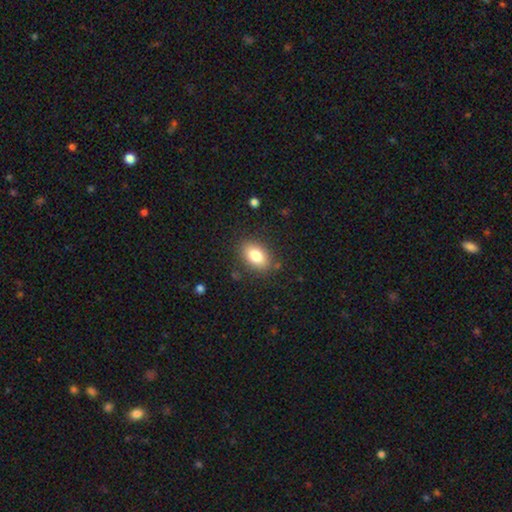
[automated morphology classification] The model was most divided on "smooth or featured": smooth: 80%, featured or disk: 12%, star or artifact: 9%. More confident: how rounded — in between (85%); merging — none (84%).